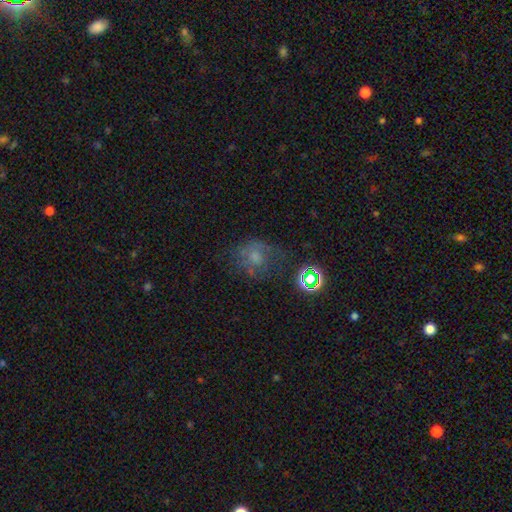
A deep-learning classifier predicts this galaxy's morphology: Smooth or featured?
  - smooth: 49% *
  - featured or disk: 29%
  - star or artifact: 23%
Merging?
  - none: 51% *
  - minor disturbance: 23%
  - major disturbance: 22%
  - merger: 4%